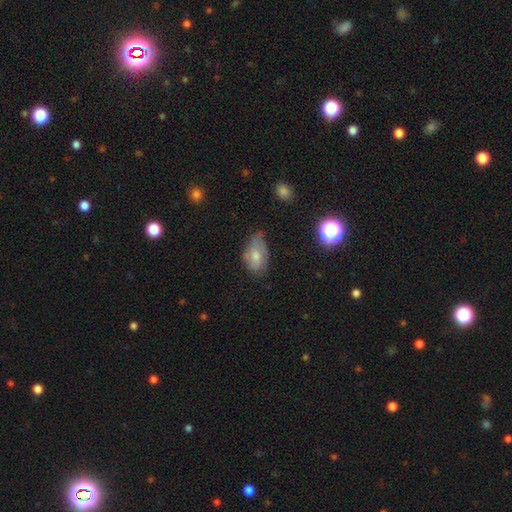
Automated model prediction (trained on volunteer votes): Smooth or featured?
  - smooth: 63% *
  - featured or disk: 27%
  - star or artifact: 10%
How rounded?
  - in between: 89% *
  - round: 8%
  - cigar-shaped: 3%
Merging?
  - none: 42% *
  - minor disturbance: 41%
  - major disturbance: 14%
  - merger: 2%